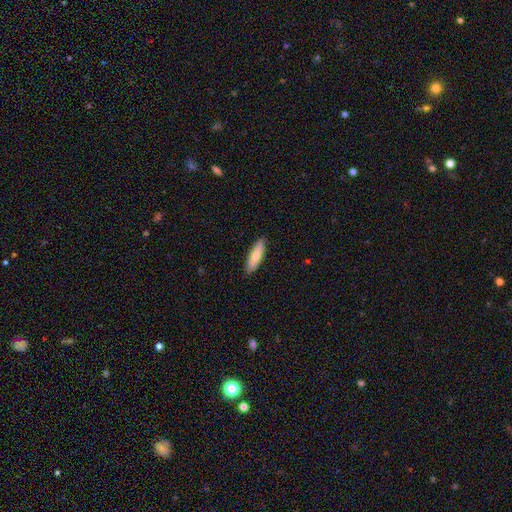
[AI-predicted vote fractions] smooth-or-featured: smooth: 74% | featured or disk: 21% | star or artifact: 6%
  how-rounded: cigar-shaped: 56% | in between: 42% | round: 2%
  merging: none: 89% | minor disturbance: 8% | major disturbance: 2% | merger: 1%